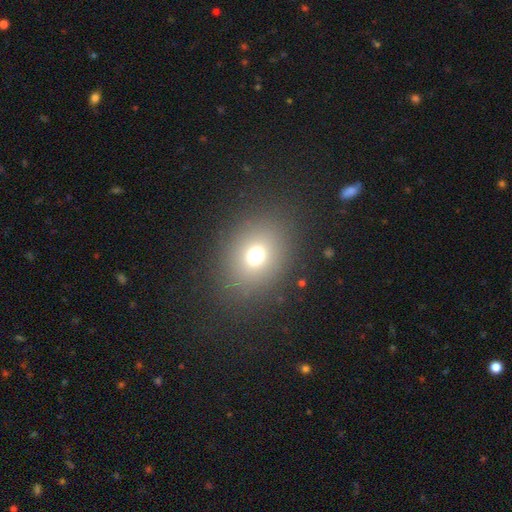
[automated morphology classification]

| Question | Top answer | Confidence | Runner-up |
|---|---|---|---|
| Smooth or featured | smooth | 69% | star or artifact (20%) |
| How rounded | round | 61% | in between (38%) |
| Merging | none | 85% | minor disturbance (8%) |